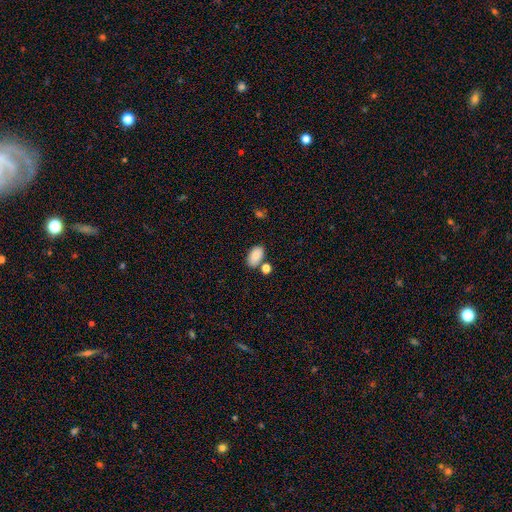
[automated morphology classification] smooth 85%, featured or disk 8%, star or artifact 7%. Down the decision tree: how rounded — in between (94%); merging — none (71%).